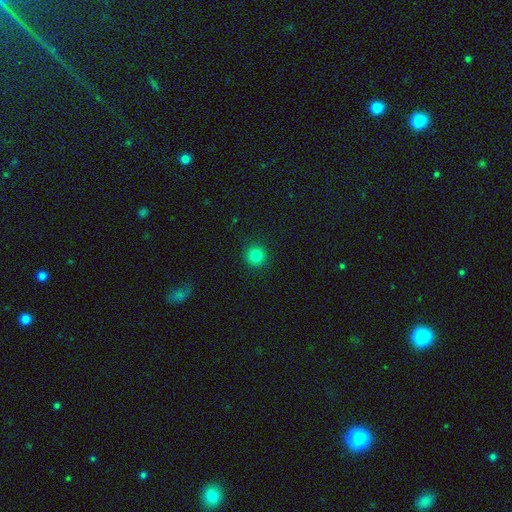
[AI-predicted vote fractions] Smooth or featured? Predicted: smooth (p=0.82). How rounded? Predicted: round (p=0.95). Merging? Predicted: none (p=0.92).